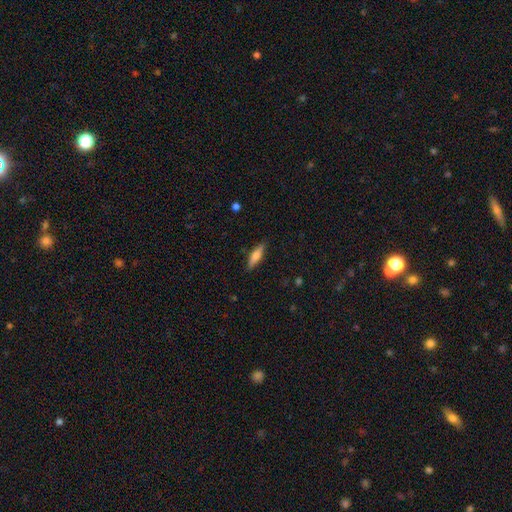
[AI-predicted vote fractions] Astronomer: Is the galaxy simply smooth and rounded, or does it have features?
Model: smooth — 65%.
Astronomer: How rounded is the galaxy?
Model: cigar-shaped — 66%.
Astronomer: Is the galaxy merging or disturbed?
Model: none — 87%.